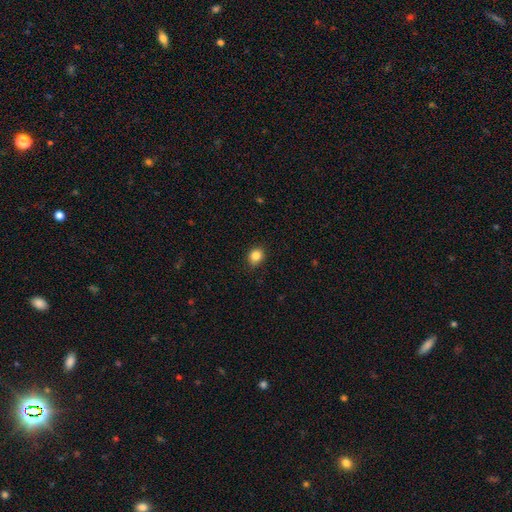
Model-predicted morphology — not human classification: Smooth or featured?
  - smooth: 85% *
  - star or artifact: 10%
  - featured or disk: 5%
How rounded?
  - round: 66% *
  - in between: 33%
  - cigar-shaped: 1%
Merging?
  - none: 85% *
  - minor disturbance: 12%
  - major disturbance: 2%
  - merger: 1%